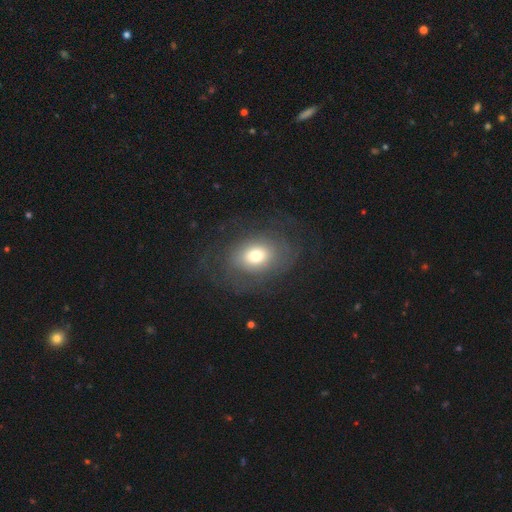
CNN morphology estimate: Smooth or featured? featured or disk (47%)
Merging? none (66%)